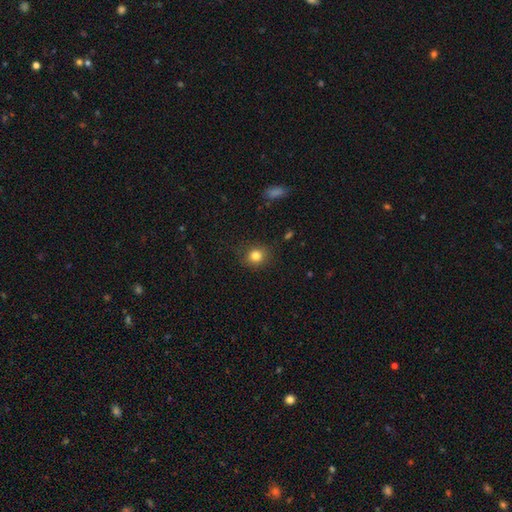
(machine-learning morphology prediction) Q: Smooth or featured?
A: smooth (82%); runner-up: star or artifact (12%)
Q: How rounded?
A: round (82%); runner-up: in between (17%)
Q: Merging?
A: none (86%); runner-up: minor disturbance (10%)